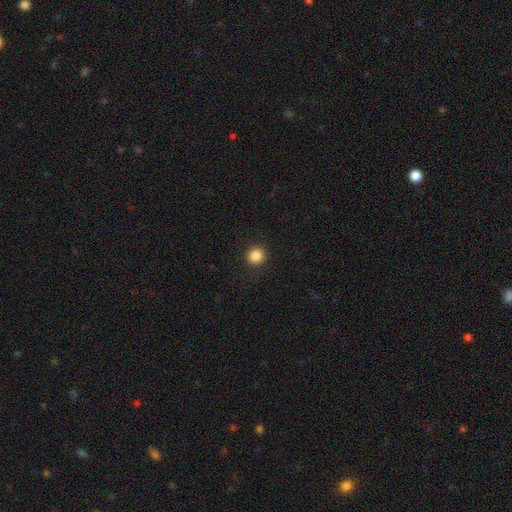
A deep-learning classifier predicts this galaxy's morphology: smooth_or_featured: smooth (p=0.86) [alt: star or artifact p=0.11]
how_rounded: round (p=0.93) [alt: in between p=0.06]
merging: none (p=0.92) [alt: minor disturbance p=0.05]